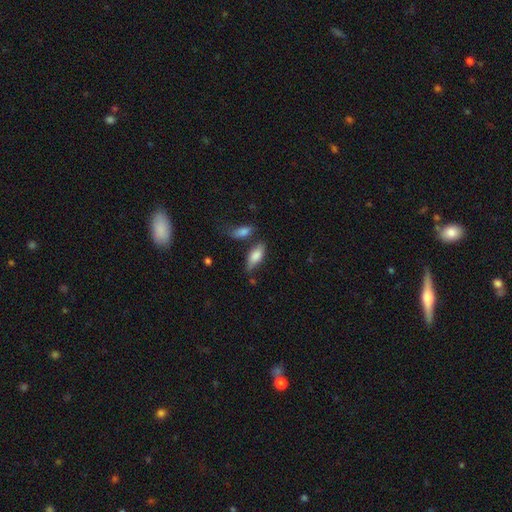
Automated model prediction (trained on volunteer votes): Smooth or featured? Predicted: smooth (p=0.78). How rounded? Predicted: in between (p=0.76). Merging? Predicted: none (p=0.56).